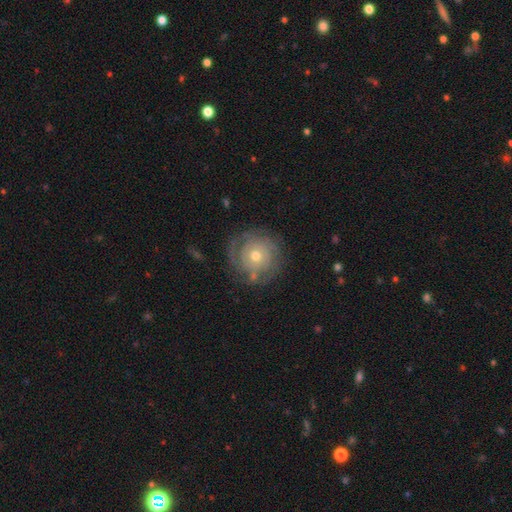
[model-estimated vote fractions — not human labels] Smooth or featured: featured or disk — 70% (smooth — 22%)
Edge-on disk: no — 97% (yes — 3%)
Bar: no — 85% (weak — 12%)
Spiral arms: yes — 80% (no — 20%)
Spiral winding: tight — 77% (medium — 16%)
Spiral arm count: can't tell — 45% (2 — 23%)
Bulge size: moderate — 62% (small — 33%)
Merging: none — 76% (minor disturbance — 14%)